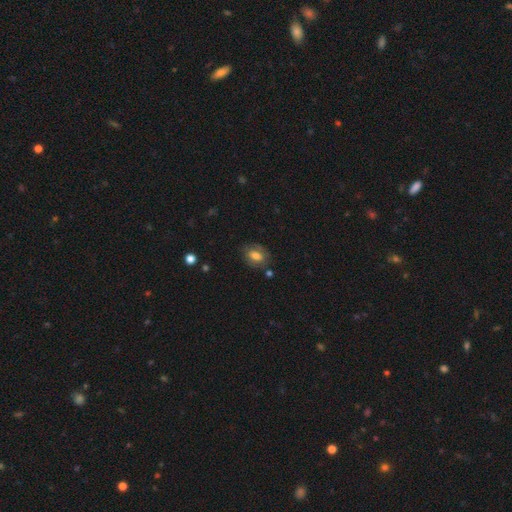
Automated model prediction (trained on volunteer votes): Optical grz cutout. It shows a smooth galaxy with no disk features (65%) that is in between round and cigar-shaped (79%). Merging: none (74%).